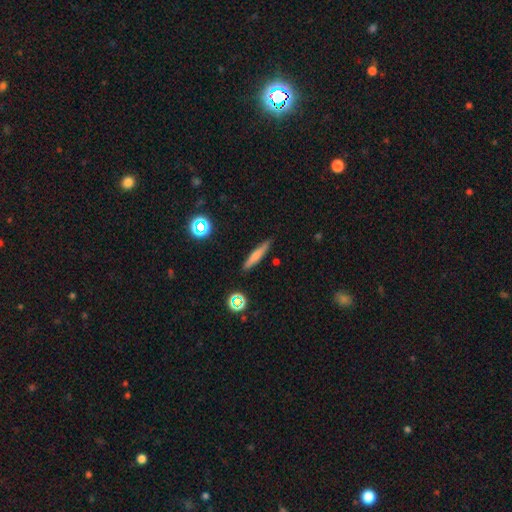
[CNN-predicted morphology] Overall: smooth (64%; featured or disk 26%). How rounded: cigar-shaped (90%). Merging: none (88%).